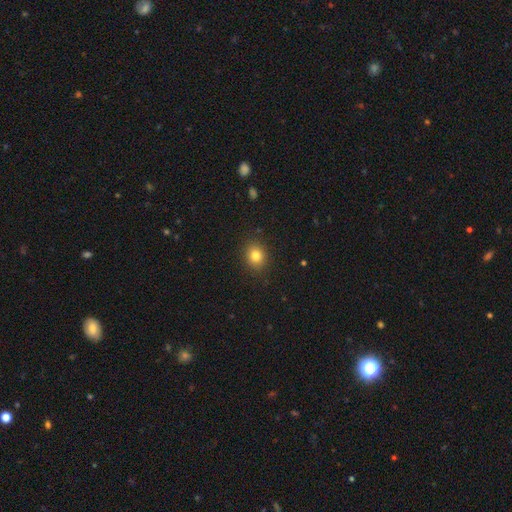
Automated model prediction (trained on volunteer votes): smooth 81%, star or artifact 12%, featured or disk 7%. Down the decision tree: how rounded — round (64%); merging — none (89%).